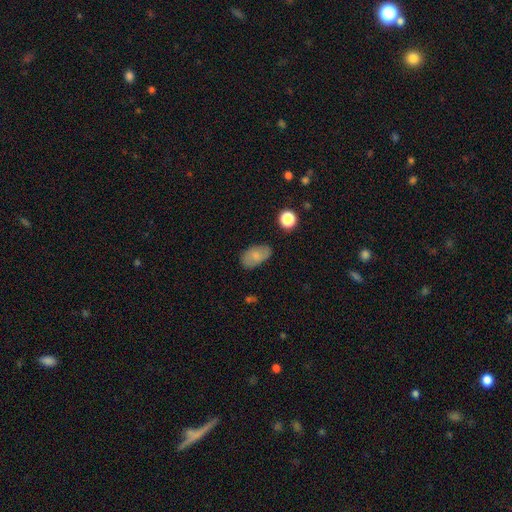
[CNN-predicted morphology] Smooth or featured: smooth — 76% (featured or disk — 15%)
How rounded: in between — 92% (round — 7%)
Merging: none — 74% (minor disturbance — 19%)